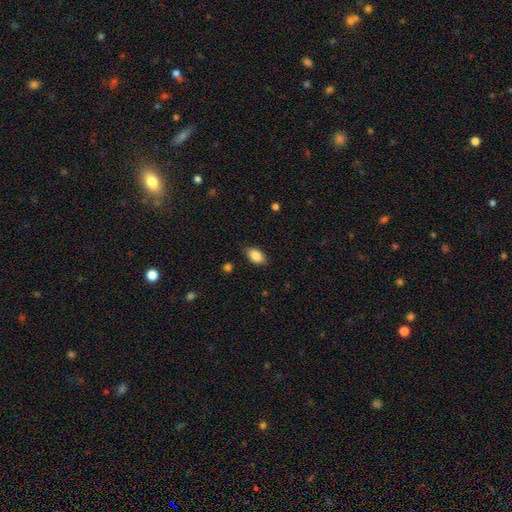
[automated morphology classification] The model was most divided on "merging": none: 85%, minor disturbance: 12%, major disturbance: 3%, merger: 1%. More confident: how rounded — in between (92%); smooth or featured — smooth (87%).